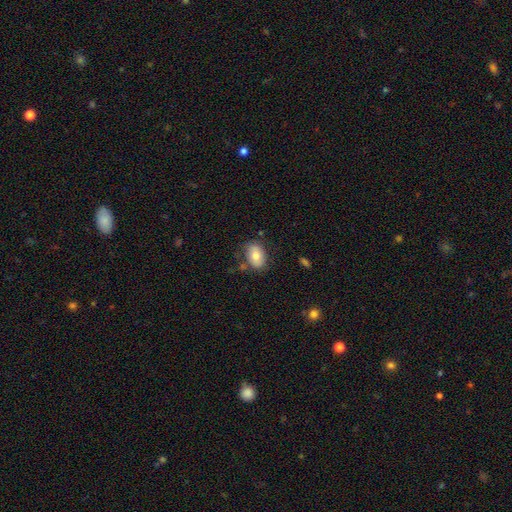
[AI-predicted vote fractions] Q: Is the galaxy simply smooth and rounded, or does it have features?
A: smooth — 75%.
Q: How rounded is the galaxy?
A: in between — 85%.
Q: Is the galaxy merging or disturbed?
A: none — 74%.